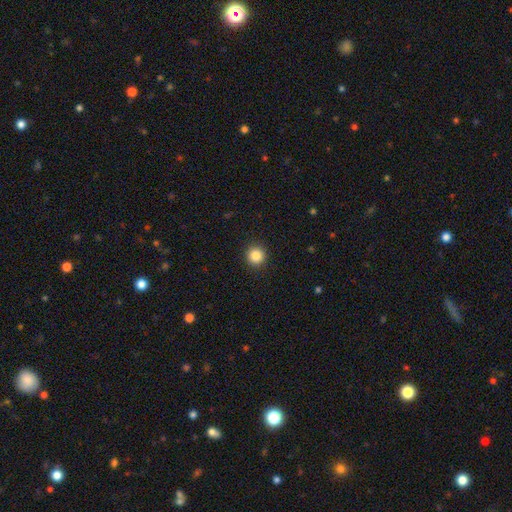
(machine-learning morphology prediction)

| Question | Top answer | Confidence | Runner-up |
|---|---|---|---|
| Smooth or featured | smooth | 86% | star or artifact (10%) |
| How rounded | round | 93% | in between (6%) |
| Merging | none | 92% | minor disturbance (5%) |